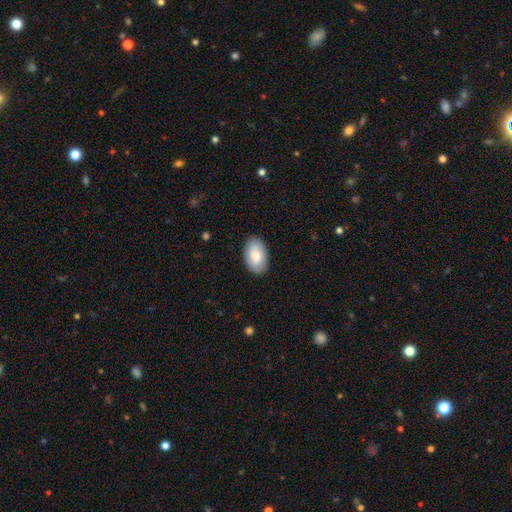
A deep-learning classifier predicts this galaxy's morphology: A smooth galaxy with no disk features (82%) that is in between round and cigar-shaped (94%).

Vote fractions:
- Smooth or featured? smooth: 82% / featured or disk: 12% / star or artifact: 6%
- How rounded? in between: 94% / round: 5% / cigar-shaped: 1%
- Merging? none: 87% / minor disturbance: 10% / major disturbance: 2% / merger: 1%